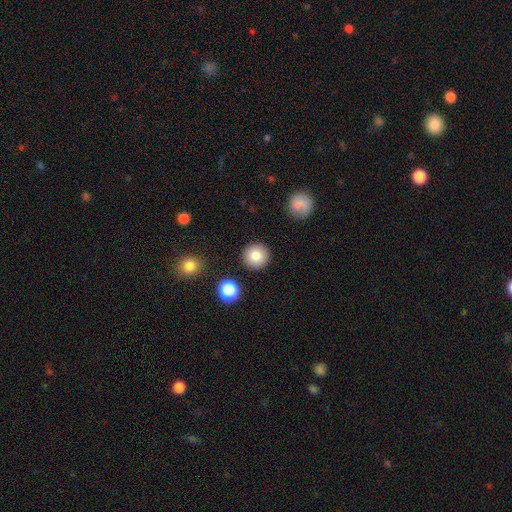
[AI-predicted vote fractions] smooth-or-featured: smooth: 84% | star or artifact: 9% | featured or disk: 7%
  how-rounded: round: 95% | in between: 4% | cigar-shaped: 1%
  merging: none: 90% | minor disturbance: 6% | merger: 2% | major disturbance: 2%